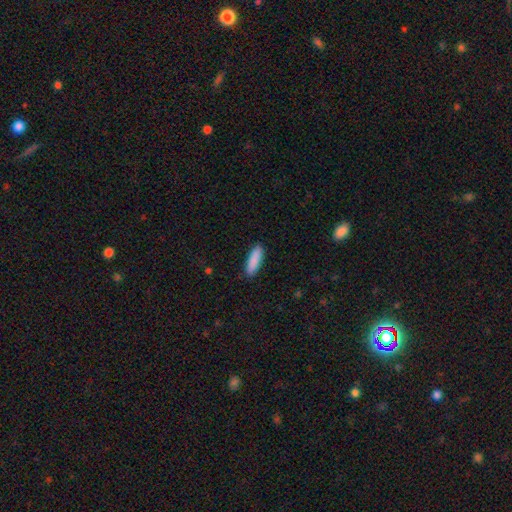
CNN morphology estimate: Overall: smooth (89%). How rounded: cigar-shaped (58%; in between 41%). Merging: none (89%).